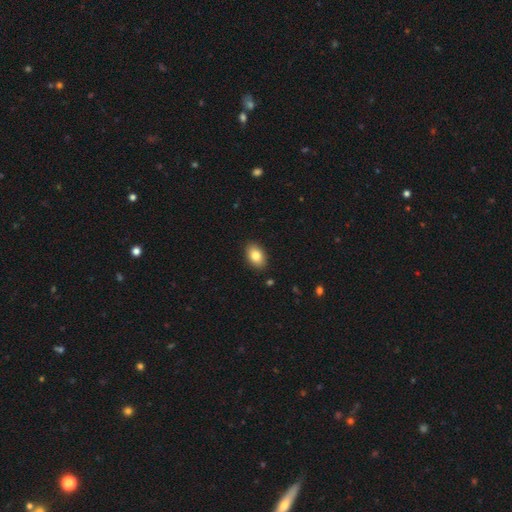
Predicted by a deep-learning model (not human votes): Smooth or featured? Predicted: smooth (p=0.83). How rounded? Predicted: in between (p=0.89). Merging? Predicted: none (p=0.89).